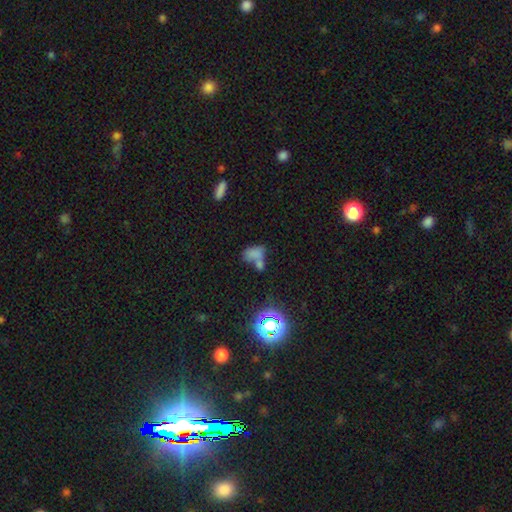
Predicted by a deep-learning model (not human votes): This is likely a smooth galaxy (66%). How rounded: clearly in between (82%). Merging: possibly merger (53%).